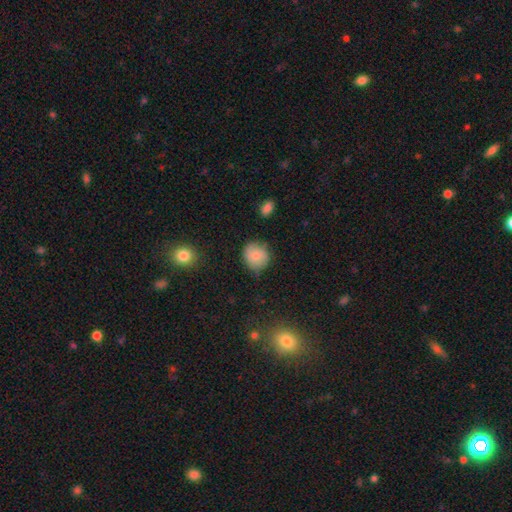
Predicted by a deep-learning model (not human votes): Smooth or featured? Predicted: smooth (p=0.80). How rounded? Predicted: round (p=0.82). Merging? Predicted: none (p=0.71).